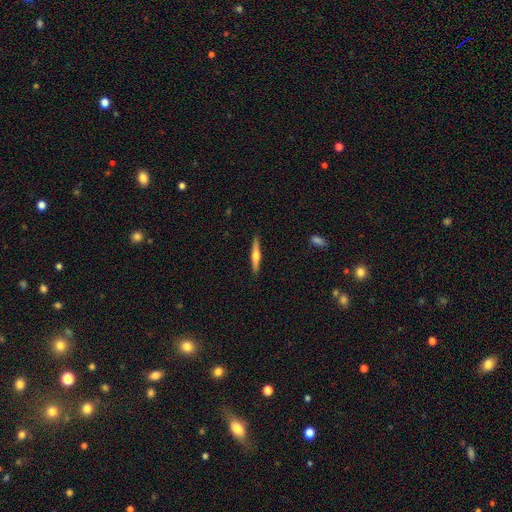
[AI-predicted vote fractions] This appears to be a featured or disk galaxy (60%) viewed edge-on (97%) with a rounded central bulge (92%). Merging: none (90%).